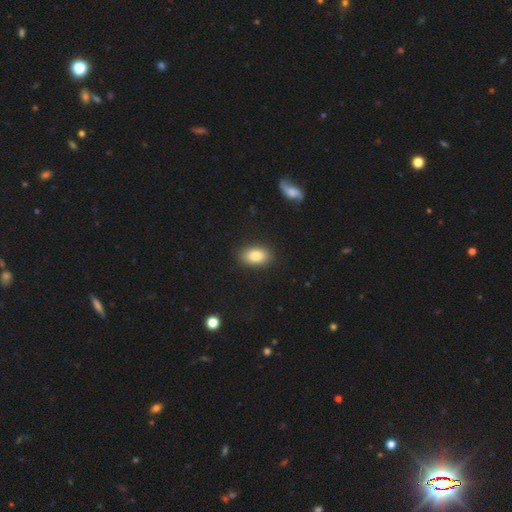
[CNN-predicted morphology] The model was most divided on "smooth or featured": smooth: 82%, featured or disk: 10%, star or artifact: 8%. More confident: how rounded — in between (89%); merging — none (88%).